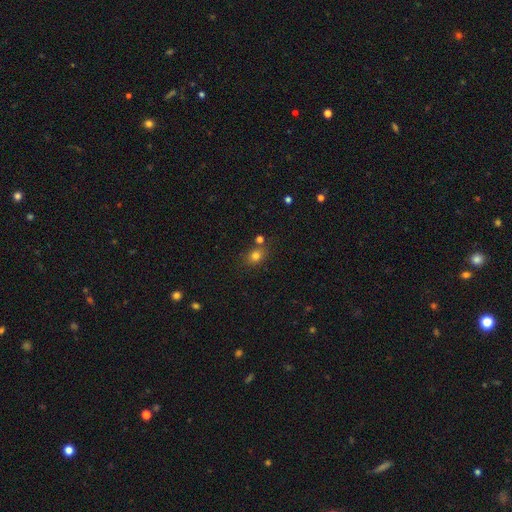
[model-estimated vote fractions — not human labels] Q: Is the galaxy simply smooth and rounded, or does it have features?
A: smooth — 77%.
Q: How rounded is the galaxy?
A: round — 52%.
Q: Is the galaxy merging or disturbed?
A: none — 71%.